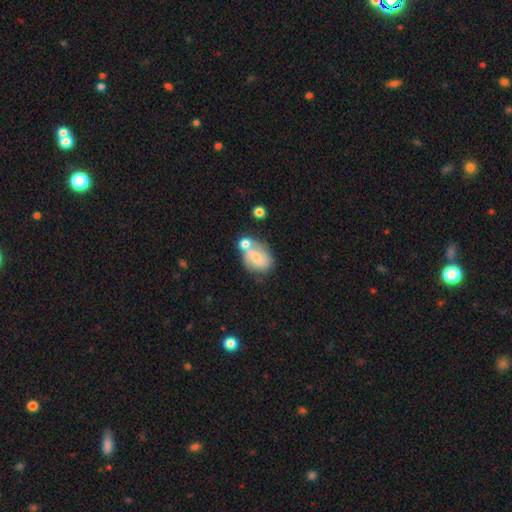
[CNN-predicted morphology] smooth_or_featured: featured or disk (p=0.54) [alt: smooth p=0.39]
disk_edge_on: no (p=0.97) [alt: yes p=0.03]
bar: no (p=0.57) [alt: weak p=0.35]
has_spiral_arms: yes (p=0.79) [alt: no p=0.21]
bulge_size: small (p=0.52) [alt: moderate p=0.34]
merging: merger (p=0.39) [alt: none p=0.34]